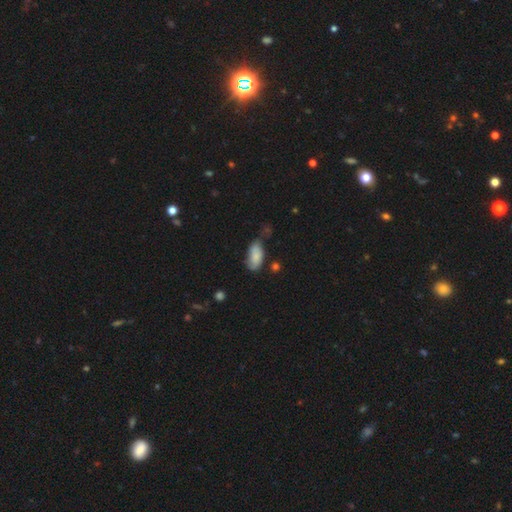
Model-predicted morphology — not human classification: A smooth galaxy with no disk features (77%) that is in between round and cigar-shaped (91%). Merging: none (49%).